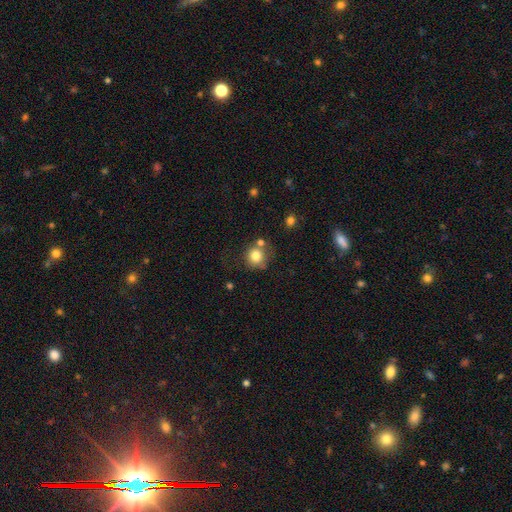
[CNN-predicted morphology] Smooth or featured? Predicted: smooth (p=0.80). How rounded? Predicted: round (p=0.87). Merging? Predicted: none (p=0.60).